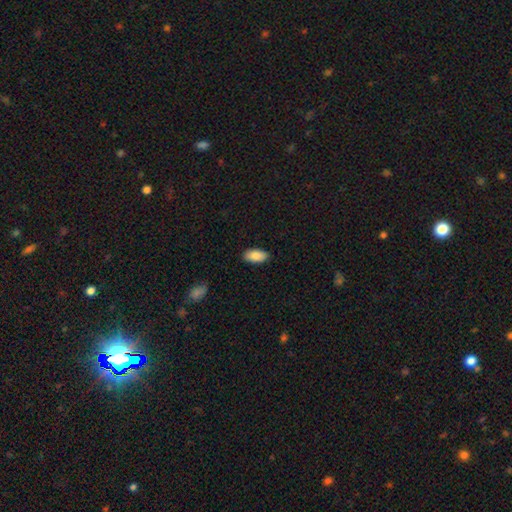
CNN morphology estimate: Smooth or featured? smooth (88%)
How rounded? in between (93%)
Merging? none (88%)